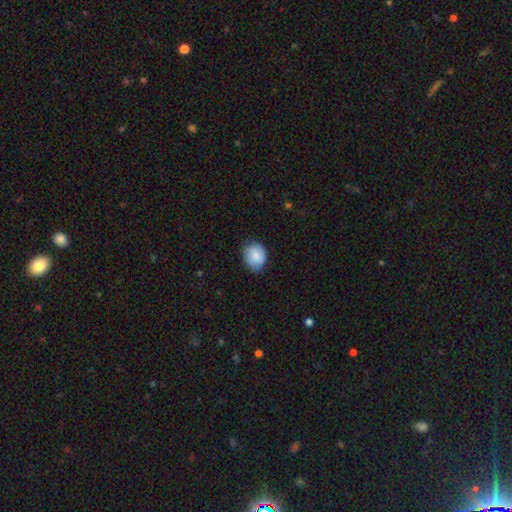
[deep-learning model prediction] Q: Smooth or featured?
A: smooth (86%); runner-up: featured or disk (7%)
Q: How rounded?
A: round (61%); runner-up: in between (38%)
Q: Merging?
A: none (75%); runner-up: minor disturbance (21%)